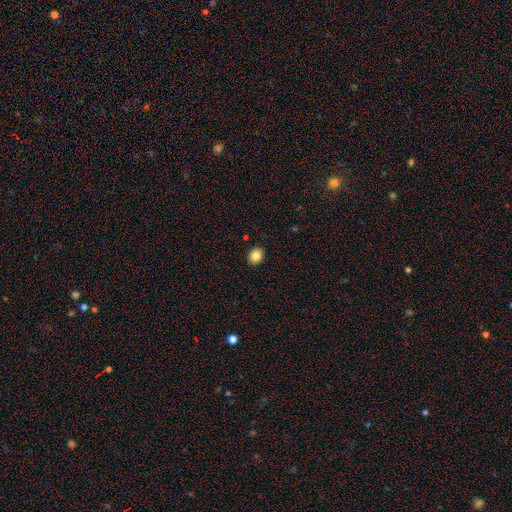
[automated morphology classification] smooth 84%, star or artifact 10%, featured or disk 6%. Down the decision tree: how rounded — round (56%); merging — none (91%).